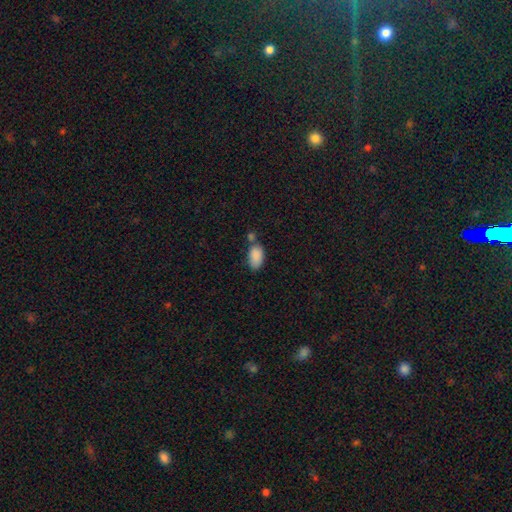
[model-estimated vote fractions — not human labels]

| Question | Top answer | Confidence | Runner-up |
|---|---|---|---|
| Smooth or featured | smooth | 87% | star or artifact (8%) |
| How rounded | in between | 93% | round (5%) |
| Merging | none | 50% | merger (25%) |